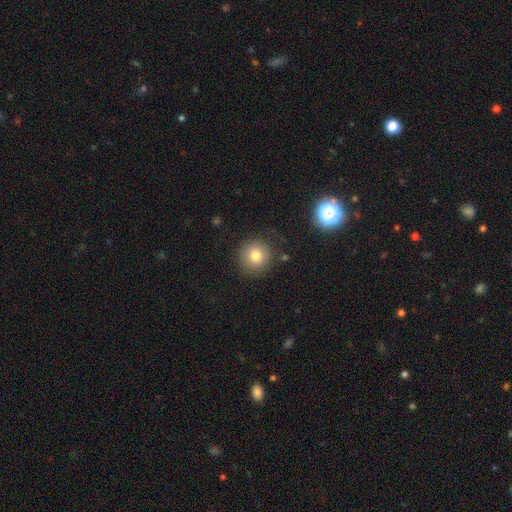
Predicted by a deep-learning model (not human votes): smooth-or-featured: smooth: 77% | star or artifact: 12% | featured or disk: 11%
  how-rounded: round: 93% | in between: 6% | cigar-shaped: 1%
  merging: none: 85% | minor disturbance: 10% | major disturbance: 4% | merger: 2%